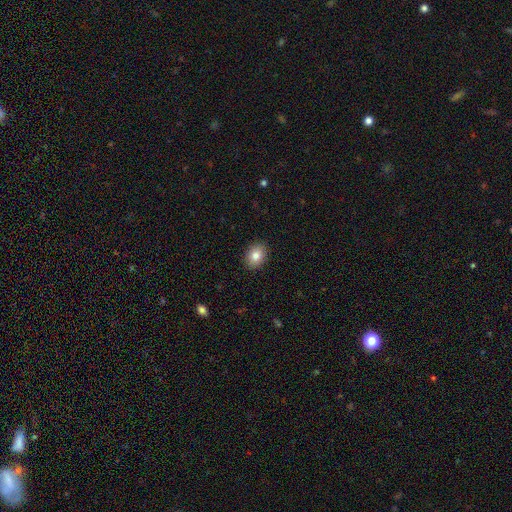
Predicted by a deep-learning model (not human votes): The model was most divided on "how rounded": in between: 66%, round: 33%, cigar-shaped: 1%. More confident: merging — none (90%); smooth or featured — smooth (82%).